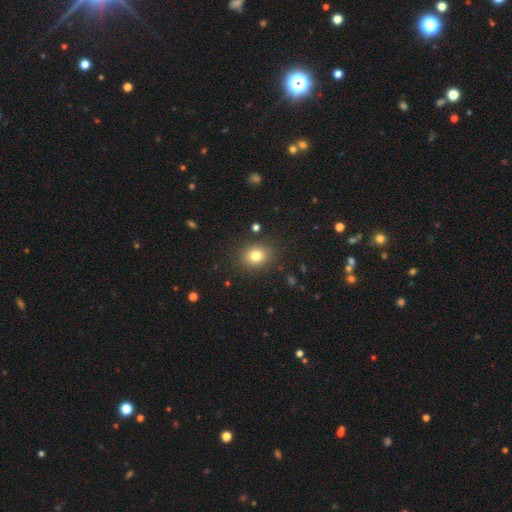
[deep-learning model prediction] Smooth or featured: smooth — 79% (star or artifact — 13%)
How rounded: round — 60% (in between — 39%)
Merging: none — 87% (minor disturbance — 9%)